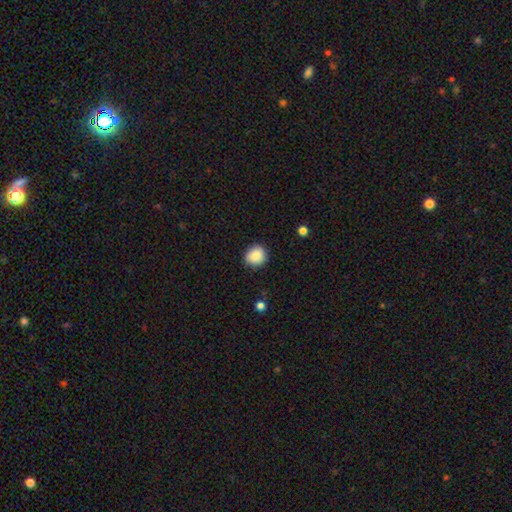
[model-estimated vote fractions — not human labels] smooth 87%, star or artifact 8%, featured or disk 5%. Down the decision tree: how rounded — round (80%); merging — none (85%).